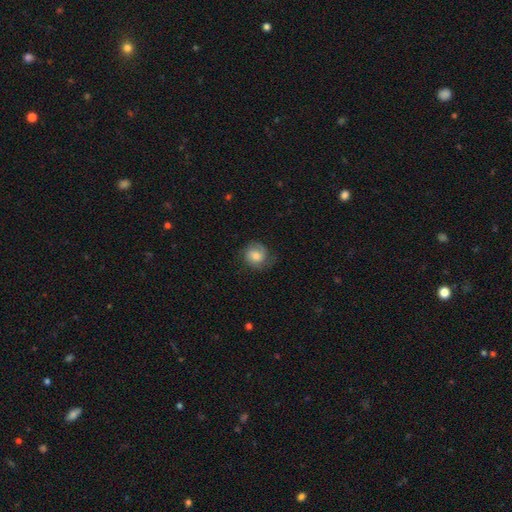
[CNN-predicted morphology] type=smooth (57%); roundness=round (78%); merging=none (62%).